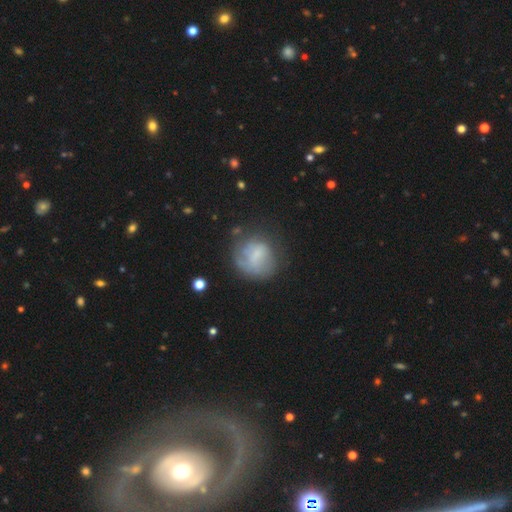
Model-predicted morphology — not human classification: This appears to be a smooth galaxy with no disk features (55%) that is round (81%). Merging: none (54%).